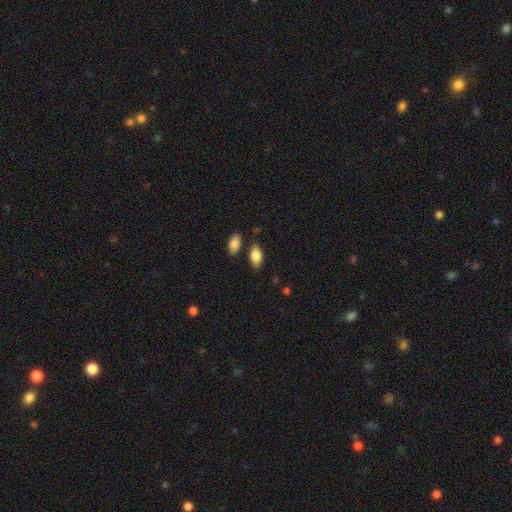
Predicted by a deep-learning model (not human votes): This appears to be a smooth galaxy with no disk features (84%) that is in between round and cigar-shaped (91%). Merging: none (74%).